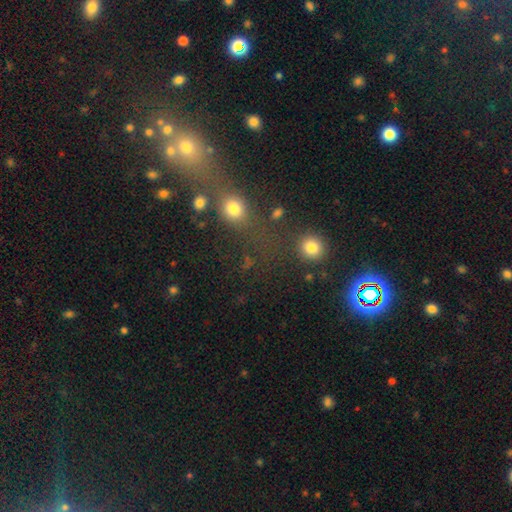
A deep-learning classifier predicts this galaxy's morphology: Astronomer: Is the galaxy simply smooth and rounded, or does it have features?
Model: star or artifact — 51% (runner-up: smooth, 38%).